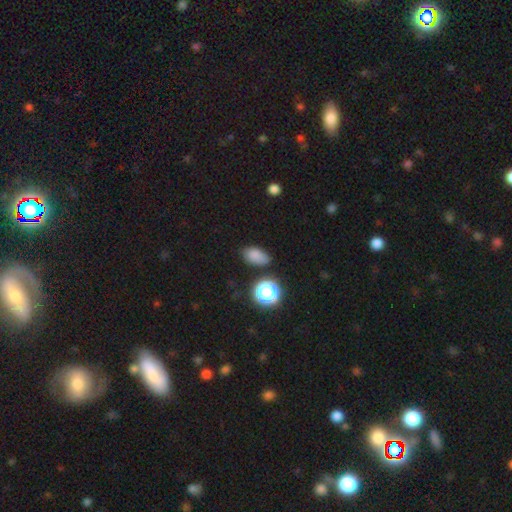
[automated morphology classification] smooth-or-featured: smooth: 79% | star or artifact: 15% | featured or disk: 6%
  how-rounded: in between: 85% | round: 13% | cigar-shaped: 2%
  merging: none: 72% | minor disturbance: 19% | merger: 5% | major disturbance: 5%